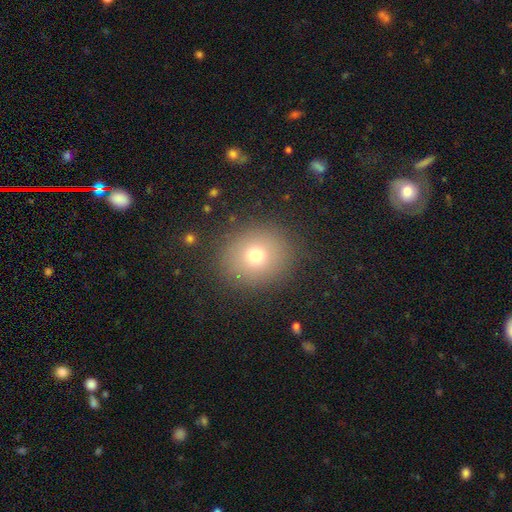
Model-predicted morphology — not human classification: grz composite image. It shows a smooth galaxy with no disk features (72%) that is round (77%). Merging: none (86%).